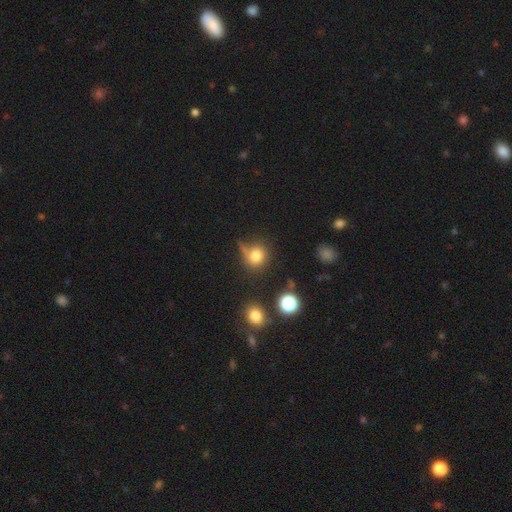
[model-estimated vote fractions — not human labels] Smooth or featured: smooth — 77% (star or artifact — 13%)
How rounded: round — 83% (in between — 15%)
Merging: none — 58% (minor disturbance — 20%)